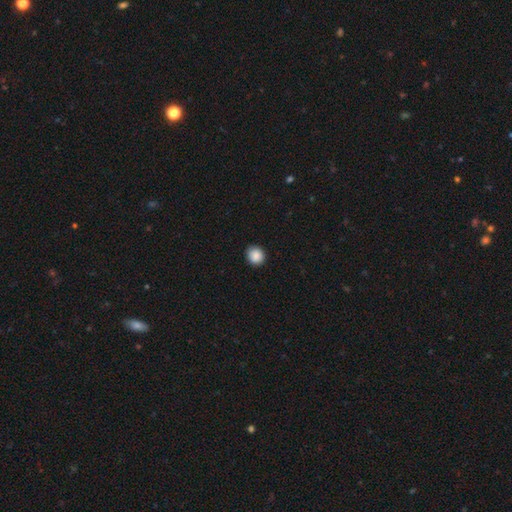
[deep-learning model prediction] Overall: smooth (88%). How rounded: round (87%). Merging: none (89%).